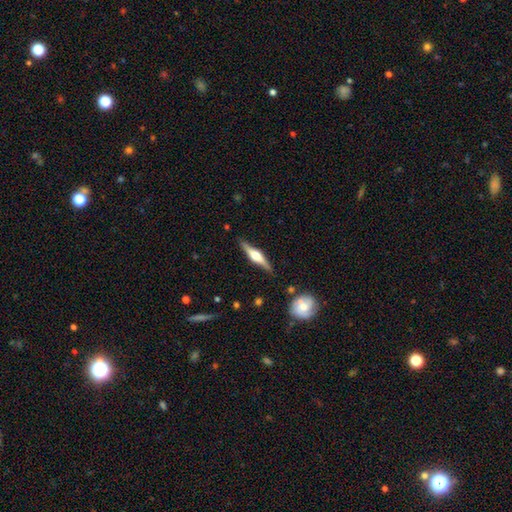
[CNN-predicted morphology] featured or disk 75%, smooth 20%, star or artifact 5%. Down the decision tree: edge-on disk — yes (97%); edge-on bulge — rounded (92%); merging — none (87%).